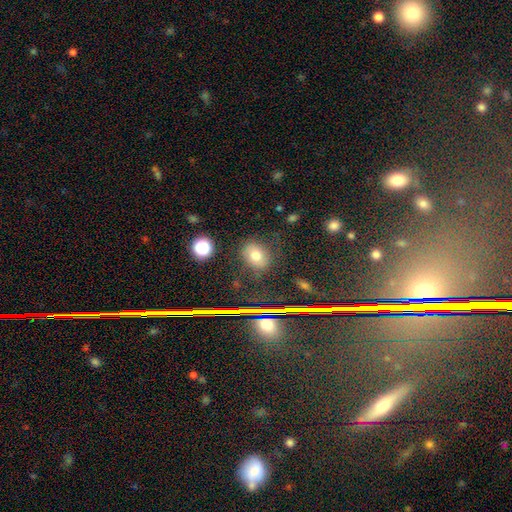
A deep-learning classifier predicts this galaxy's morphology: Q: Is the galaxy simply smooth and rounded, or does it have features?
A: smooth — 71%.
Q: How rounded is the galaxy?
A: in between — 51%.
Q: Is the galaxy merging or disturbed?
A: none — 75%.